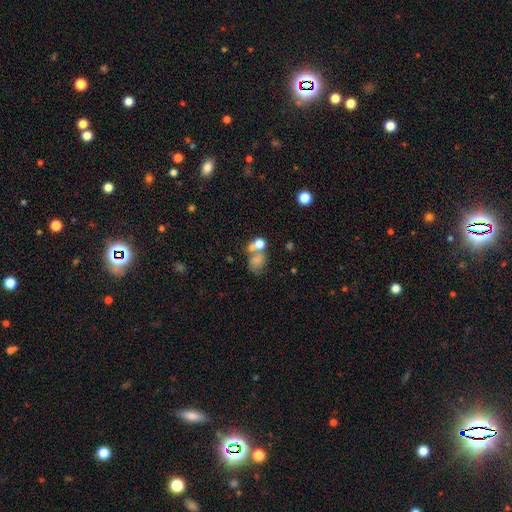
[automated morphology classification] Q: Smooth or featured?
A: smooth (51%); runner-up: star or artifact (25%)
Q: How rounded?
A: in between (55%); runner-up: round (43%)
Q: Merging?
A: none (44%); runner-up: merger (35%)